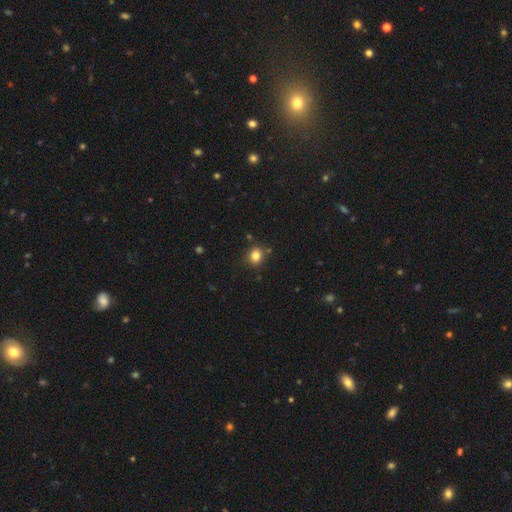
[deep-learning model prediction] Overall: smooth (82%). How rounded: round (72%). Merging: none (84%).